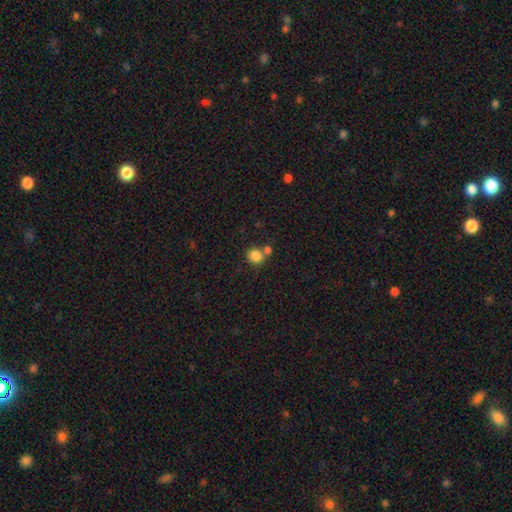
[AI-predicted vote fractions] Smooth or featured?
  - smooth: 84% *
  - star or artifact: 10%
  - featured or disk: 6%
How rounded?
  - round: 82% *
  - in between: 17%
  - cigar-shaped: 1%
Merging?
  - none: 56% *
  - merger: 31%
  - minor disturbance: 9%
  - major disturbance: 4%